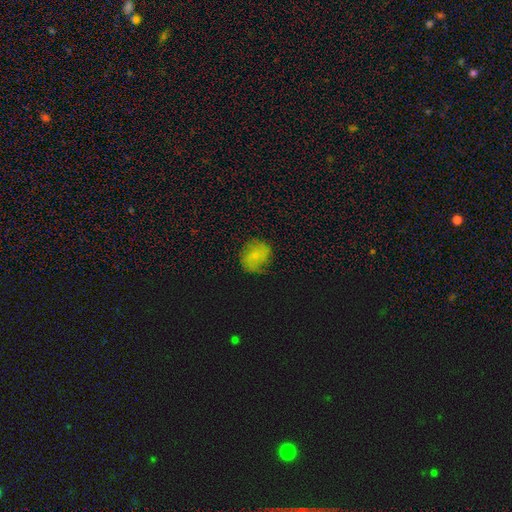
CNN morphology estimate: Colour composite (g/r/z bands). It shows a smooth galaxy with no disk features (60%) that is round (68%). Merging: none (72%).